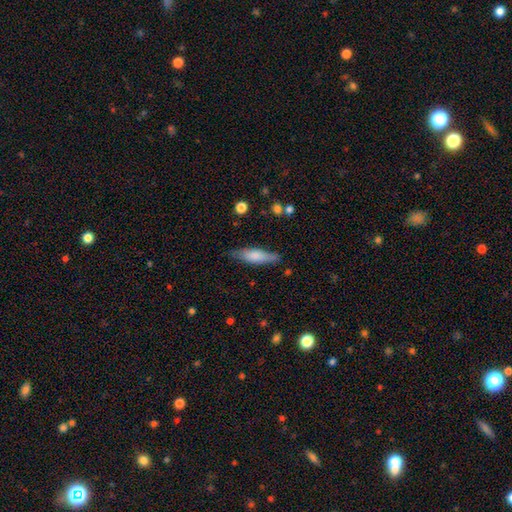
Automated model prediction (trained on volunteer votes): The model was most divided on "how rounded": cigar-shaped: 60%, in between: 38%, round: 2%. More confident: merging — none (76%); smooth or featured — smooth (73%).